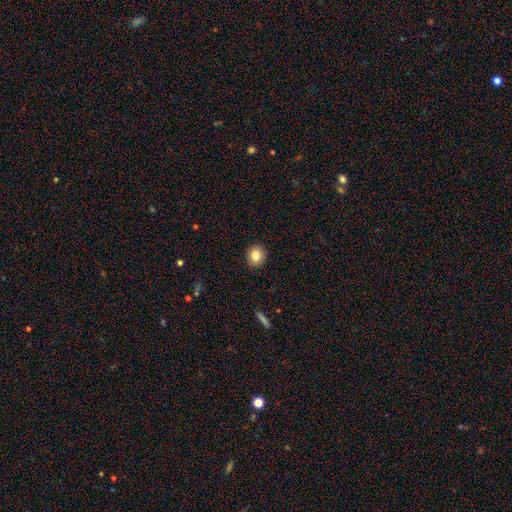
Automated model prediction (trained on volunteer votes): This is clearly a smooth galaxy (82%). How rounded: likely round (74%). Merging: clearly none (91%).